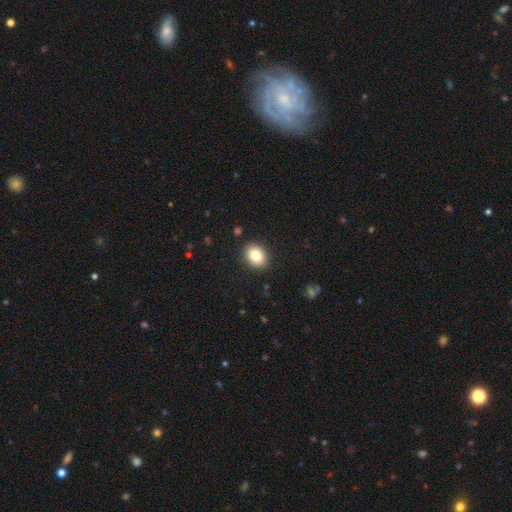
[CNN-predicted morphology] smooth-or-featured: smooth: 83% | star or artifact: 9% | featured or disk: 8%
  how-rounded: in between: 55% | round: 44% | cigar-shaped: 1%
  merging: none: 90% | minor disturbance: 7% | major disturbance: 2% | merger: 1%